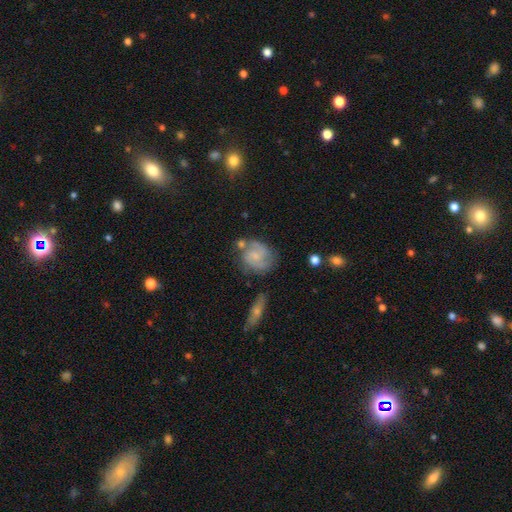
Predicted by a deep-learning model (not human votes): Smooth or featured? Predicted: featured or disk (p=0.69). Edge-on disk? Predicted: no (p=0.97). Bar? Predicted: no (p=0.60). Spiral arms? Predicted: yes (p=0.91). Spiral winding? Predicted: medium (p=0.45). Spiral arm count? Predicted: 2 (p=0.56). Bulge size? Predicted: small (p=0.62). Merging? Predicted: none (p=0.59).